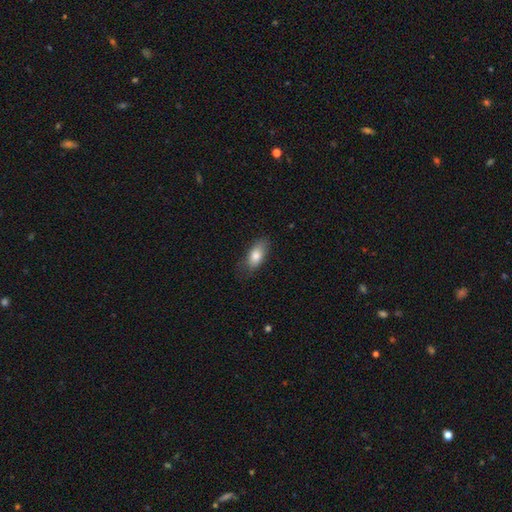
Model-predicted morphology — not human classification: Q: Smooth or featured?
A: smooth (81%); runner-up: featured or disk (12%)
Q: How rounded?
A: in between (87%); runner-up: cigar-shaped (9%)
Q: Merging?
A: none (74%); runner-up: minor disturbance (20%)